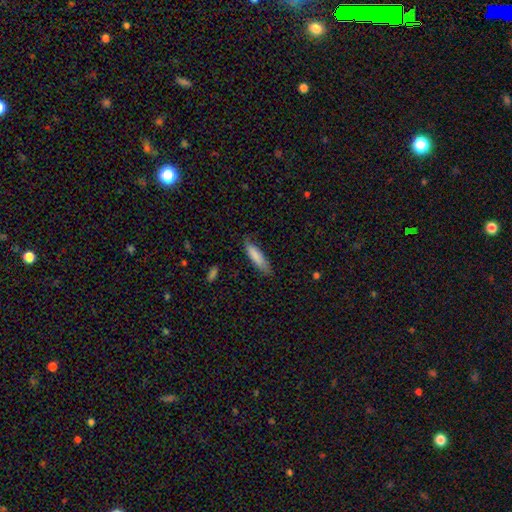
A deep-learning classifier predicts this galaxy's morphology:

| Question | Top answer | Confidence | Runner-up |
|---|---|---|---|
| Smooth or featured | smooth | 83% | featured or disk (11%) |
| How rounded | cigar-shaped | 67% | in between (32%) |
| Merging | none | 75% | minor disturbance (20%) |